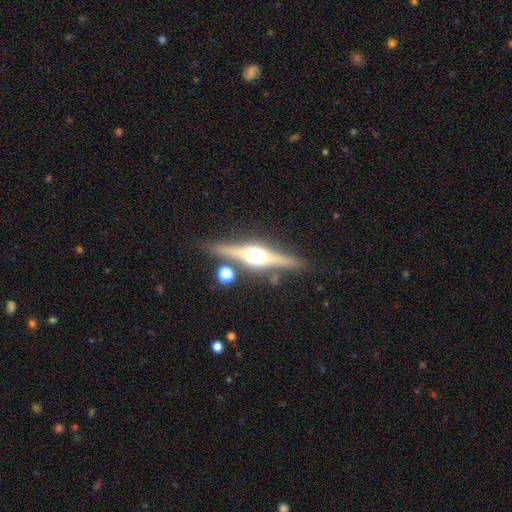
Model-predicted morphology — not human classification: The model was most divided on "smooth or featured": featured or disk: 78%, smooth: 16%, star or artifact: 7%. More confident: edge-on disk — yes (97%); edge-on bulge — rounded (94%); merging — none (83%).